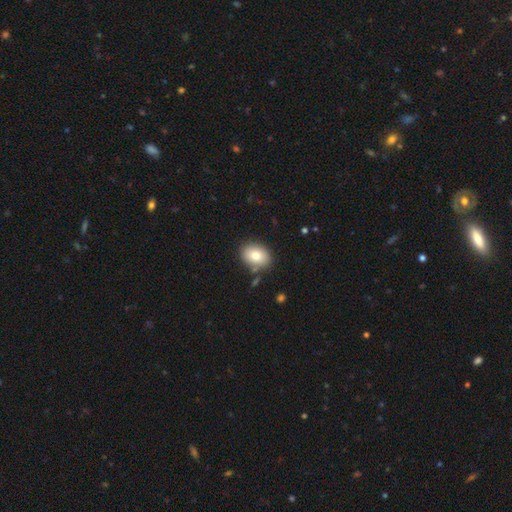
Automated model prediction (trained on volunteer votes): A smooth galaxy with no disk features (83%) that is in between round and cigar-shaped (72%). Merging: none (82%).